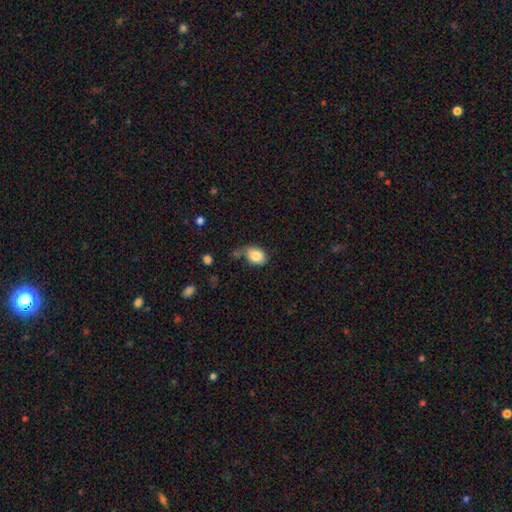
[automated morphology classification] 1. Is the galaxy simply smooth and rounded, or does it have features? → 83% smooth, 9% featured or disk, 8% star or artifact.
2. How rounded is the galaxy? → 76% in between, 23% round, 1% cigar-shaped.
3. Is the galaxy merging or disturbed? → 46% none, 29% minor disturbance, 13% major disturbance, 12% merger.